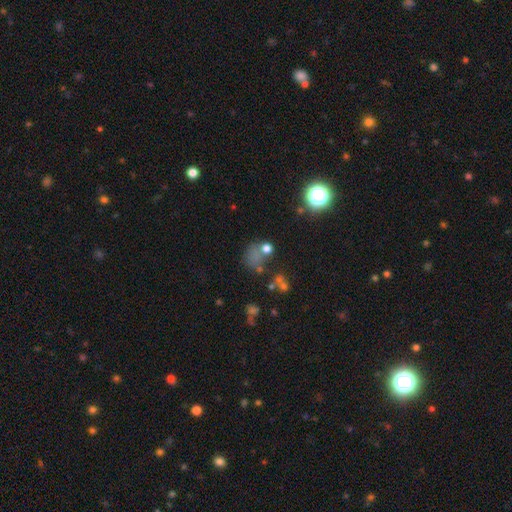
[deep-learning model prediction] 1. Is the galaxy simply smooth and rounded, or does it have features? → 51% smooth, 34% star or artifact, 15% featured or disk.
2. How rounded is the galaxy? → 64% round, 34% in between, 2% cigar-shaped.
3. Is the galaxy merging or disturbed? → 48% none, 18% merger, 18% major disturbance, 16% minor disturbance.